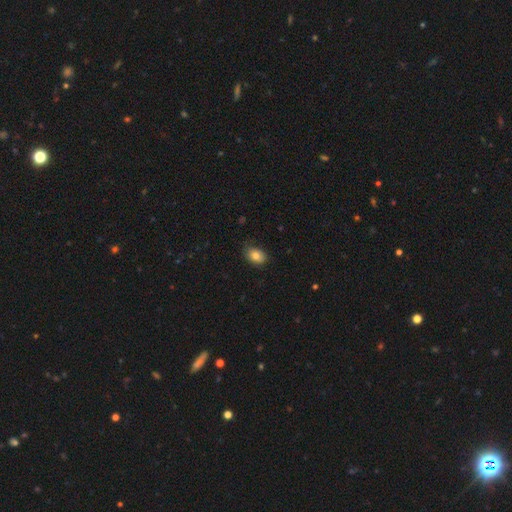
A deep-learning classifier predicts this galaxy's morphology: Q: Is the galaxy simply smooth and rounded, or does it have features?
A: smooth — 83%.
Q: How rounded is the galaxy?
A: in between — 78%.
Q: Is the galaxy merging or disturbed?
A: none — 80%.